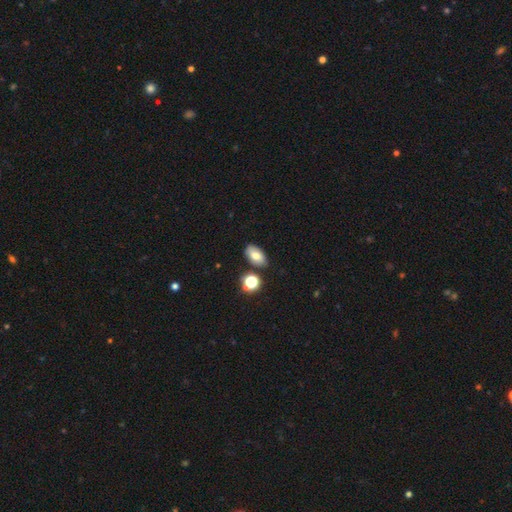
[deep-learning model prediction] Overall: smooth (73%). How rounded: in between (89%). Merging: none (79%).